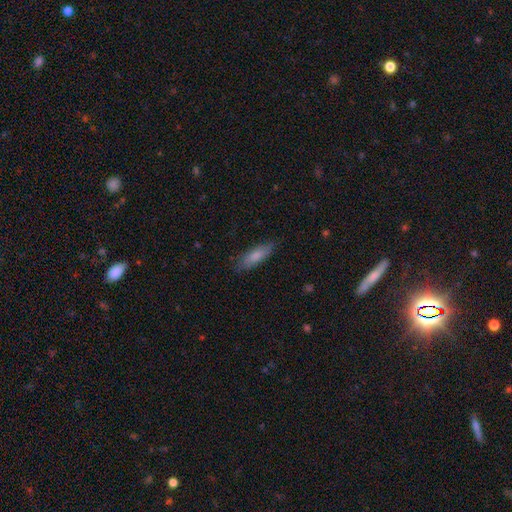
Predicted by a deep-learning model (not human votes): smooth-or-featured: smooth: 80% | featured or disk: 14% | star or artifact: 6%
  how-rounded: cigar-shaped: 49% (tied) | in between: 49% (tied) | round: 2%
  merging: none: 81% | minor disturbance: 15% | major disturbance: 3% | merger: 1%